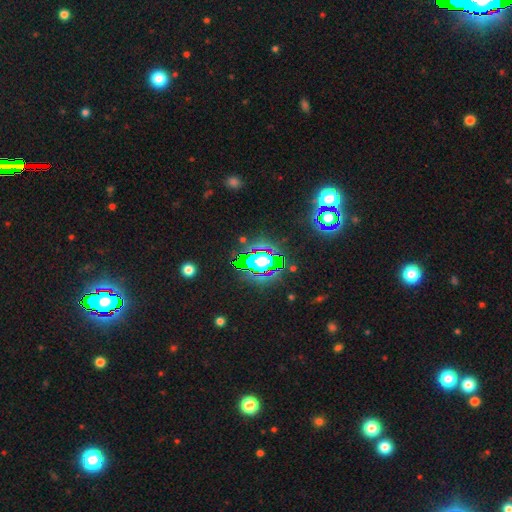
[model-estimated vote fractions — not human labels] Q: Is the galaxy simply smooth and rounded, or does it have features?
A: star or artifact — 66%.